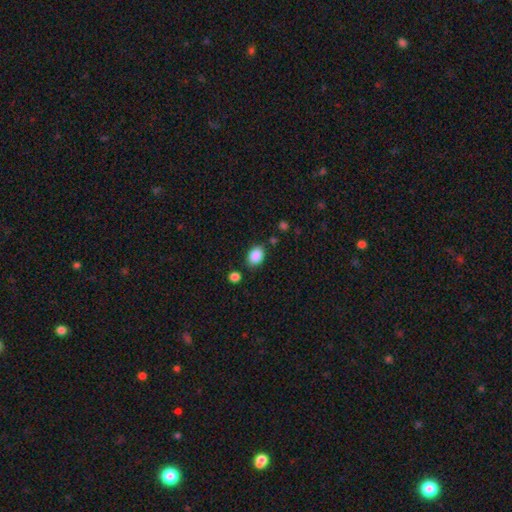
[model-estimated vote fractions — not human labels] Smooth or featured? Predicted: smooth (p=0.88). How rounded? Predicted: in between (p=0.74). Merging? Predicted: none (p=0.80).